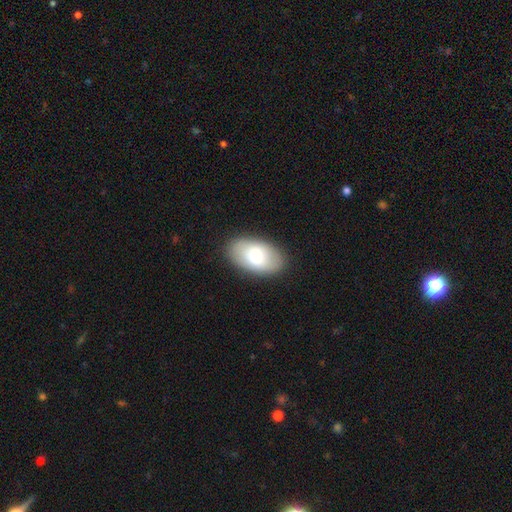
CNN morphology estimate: smooth 74%, featured or disk 20%, star or artifact 6%. Down the decision tree: how rounded — in between (93%); merging — none (87%).